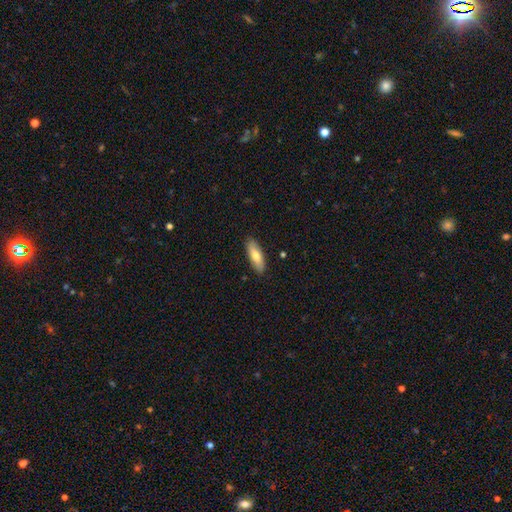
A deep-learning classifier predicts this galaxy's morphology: A smooth galaxy with no disk features (72%) that is in between round and cigar-shaped (57%).

Vote fractions:
- Smooth or featured? smooth: 72% / featured or disk: 22% / star or artifact: 6%
- How rounded? in between: 57% / cigar-shaped: 41% / round: 2%
- Merging? none: 88% / minor disturbance: 9% / major disturbance: 2% / merger: 1%